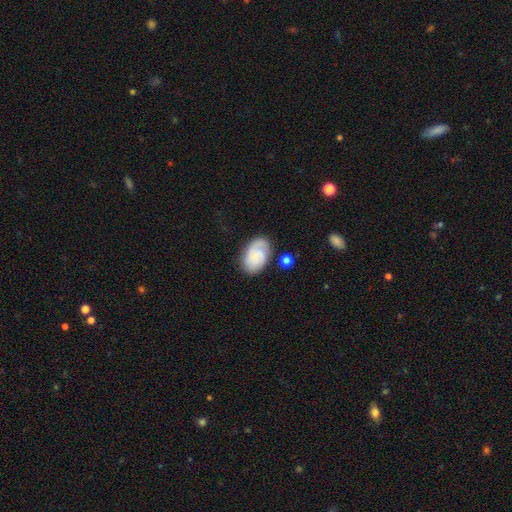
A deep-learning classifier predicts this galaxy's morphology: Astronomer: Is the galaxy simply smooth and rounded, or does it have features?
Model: smooth — 49% (runner-up: featured or disk, 44%).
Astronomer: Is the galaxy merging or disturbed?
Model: none — 72%.